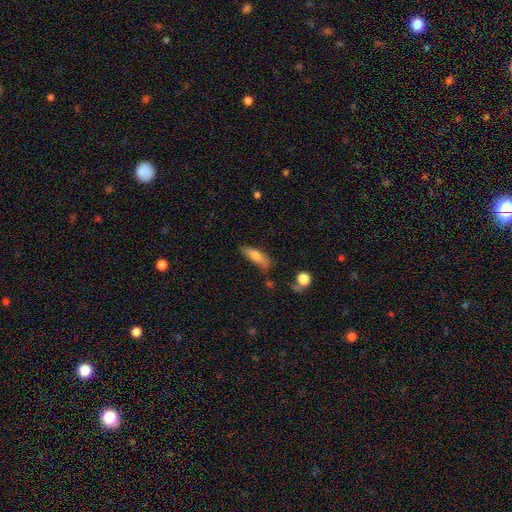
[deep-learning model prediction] Smooth or featured? smooth (73%)
How rounded? in between (51%)
Merging? none (56%)